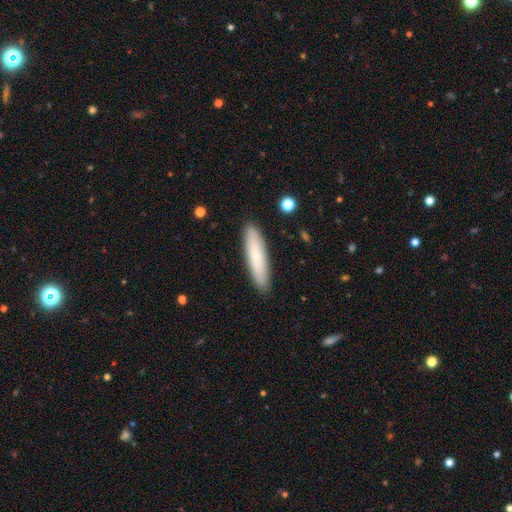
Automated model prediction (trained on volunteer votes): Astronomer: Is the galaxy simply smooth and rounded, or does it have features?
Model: smooth — 67%.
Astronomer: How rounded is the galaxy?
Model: cigar-shaped — 82%.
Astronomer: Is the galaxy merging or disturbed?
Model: none — 90%.